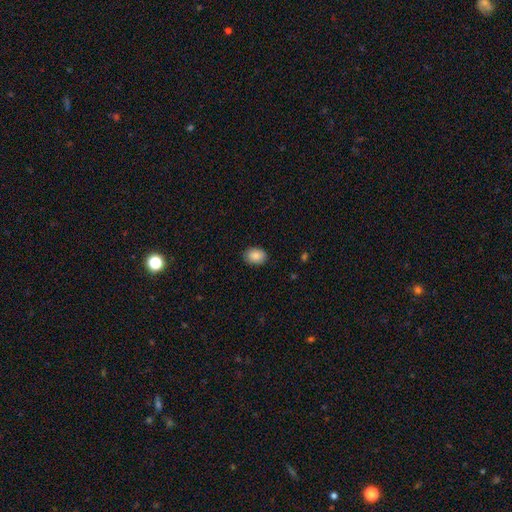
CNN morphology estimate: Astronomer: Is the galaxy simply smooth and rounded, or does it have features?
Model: smooth — 88%.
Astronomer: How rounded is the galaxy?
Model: in between — 68%.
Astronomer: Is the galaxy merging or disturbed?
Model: none — 87%.